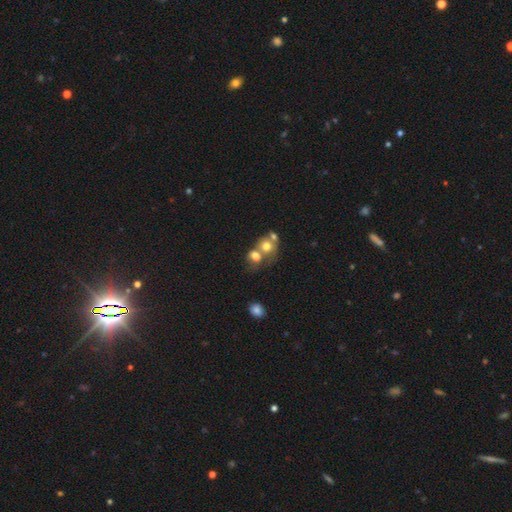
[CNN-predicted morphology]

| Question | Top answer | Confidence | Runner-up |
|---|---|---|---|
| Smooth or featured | smooth | 70% | featured or disk (18%) |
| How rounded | round | 68% | in between (31%) |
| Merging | merger | 61% | none (27%) |